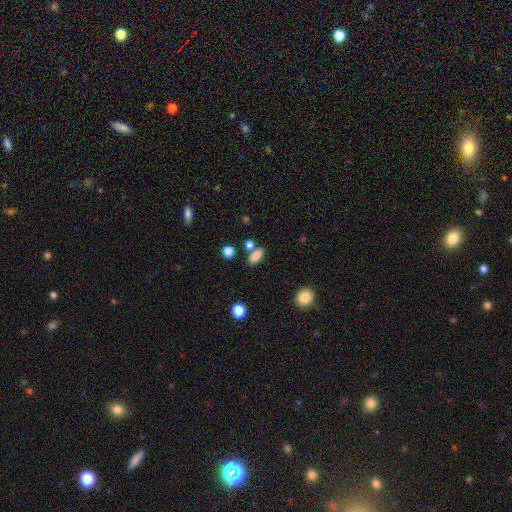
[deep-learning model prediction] This appears to be a smooth galaxy with no disk features (84%) that is in between round and cigar-shaped (83%). Merging: none (67%).